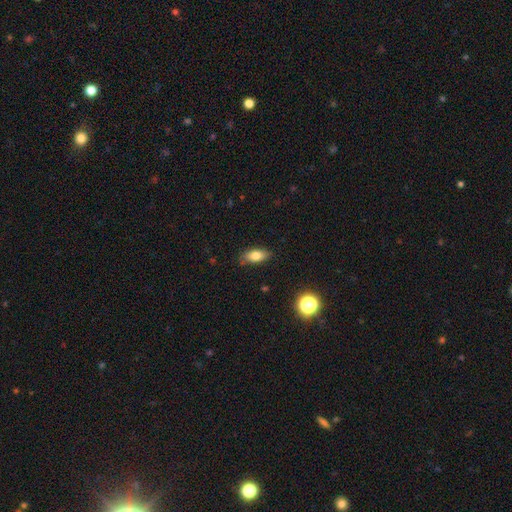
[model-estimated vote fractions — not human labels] smooth_or_featured: smooth (p=0.80) [alt: featured or disk p=0.11]
how_rounded: in between (p=0.83) [alt: cigar-shaped p=0.13]
merging: none (p=0.81) [alt: minor disturbance p=0.15]